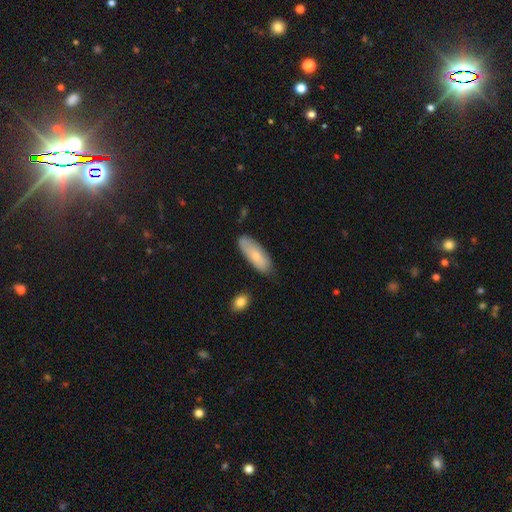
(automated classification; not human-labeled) Smooth or featured? smooth (74%)
How rounded? in between (71%)
Merging? none (73%)